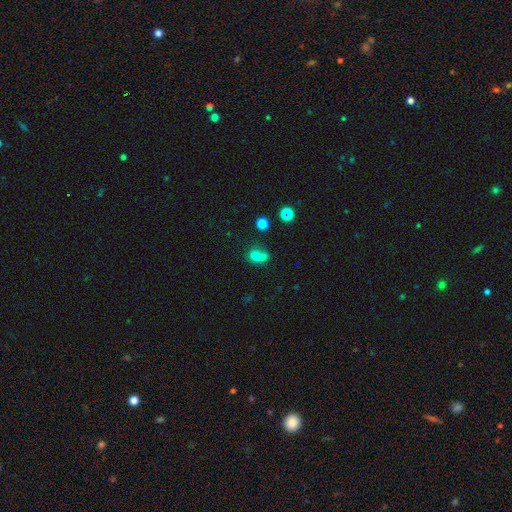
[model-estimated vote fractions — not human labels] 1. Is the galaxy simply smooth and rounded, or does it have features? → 69% smooth, 16% star or artifact, 15% featured or disk.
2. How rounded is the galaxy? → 74% round, 25% in between, 1% cigar-shaped.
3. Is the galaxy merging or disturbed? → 60% merger, 31% none, 6% minor disturbance, 3% major disturbance.